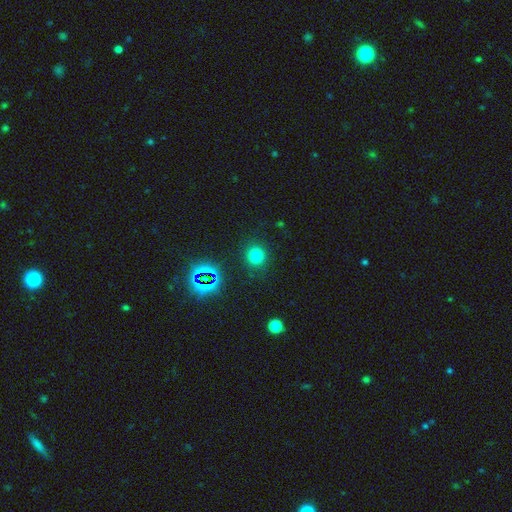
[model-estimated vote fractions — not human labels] Overall: smooth (74%). How rounded: round (90%). Merging: none (88%).